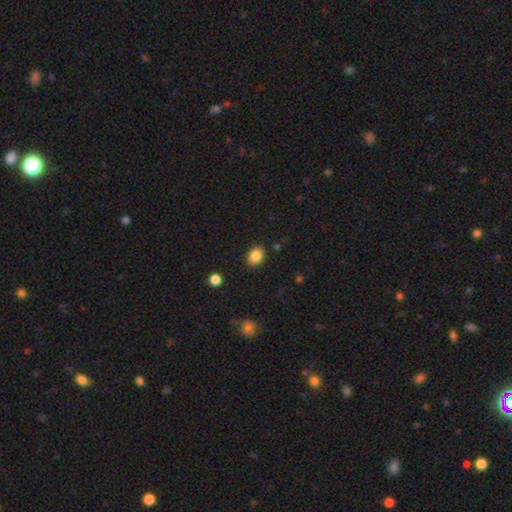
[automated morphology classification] Q: Smooth or featured?
A: smooth (86%); runner-up: star or artifact (10%)
Q: How rounded?
A: round (61%); runner-up: in between (39%)
Q: Merging?
A: none (88%); runner-up: minor disturbance (8%)